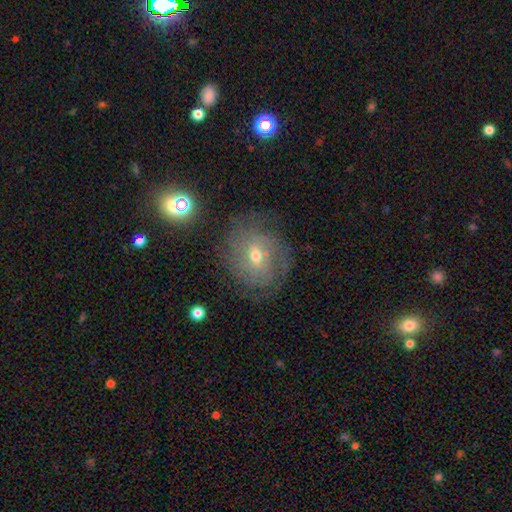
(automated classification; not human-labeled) Morphology: type=featured or disk (69%); edge-on=no (96%); bar=weak (46%); spiral arms=yes (82%); winding=tight (59%); arm count=can't tell (49%); bulge=moderate (56%); merging=none (70%).